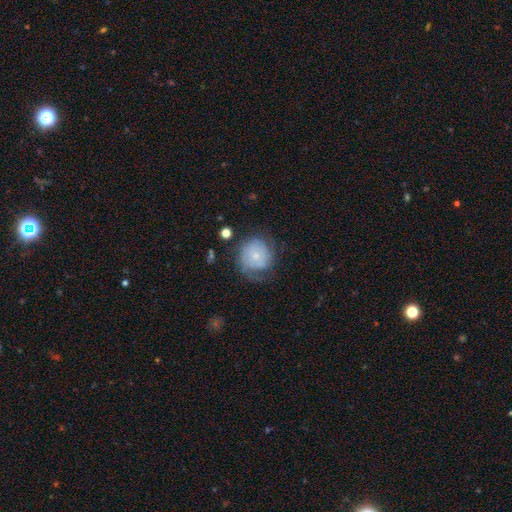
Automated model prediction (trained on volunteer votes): A featured or disk galaxy (49%). Merging: none (56%).